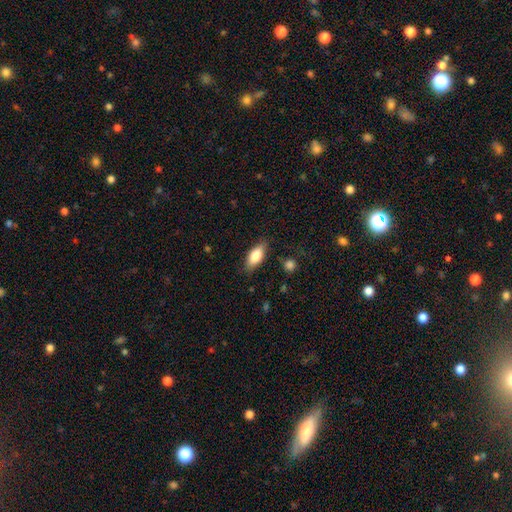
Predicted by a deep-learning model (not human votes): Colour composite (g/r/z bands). It shows a smooth galaxy with no disk features (80%) that is in between round and cigar-shaped (83%). Merging: none (81%).